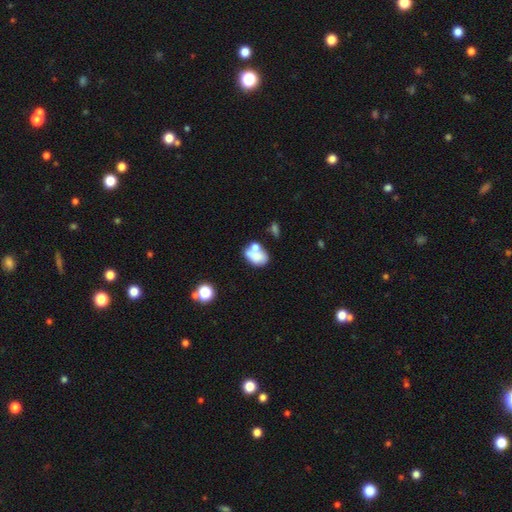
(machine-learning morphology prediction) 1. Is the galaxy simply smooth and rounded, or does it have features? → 69% smooth, 21% featured or disk, 10% star or artifact.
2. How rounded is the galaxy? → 78% in between, 20% round, 2% cigar-shaped.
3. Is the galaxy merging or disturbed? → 38% merger, 35% none, 17% minor disturbance, 9% major disturbance.